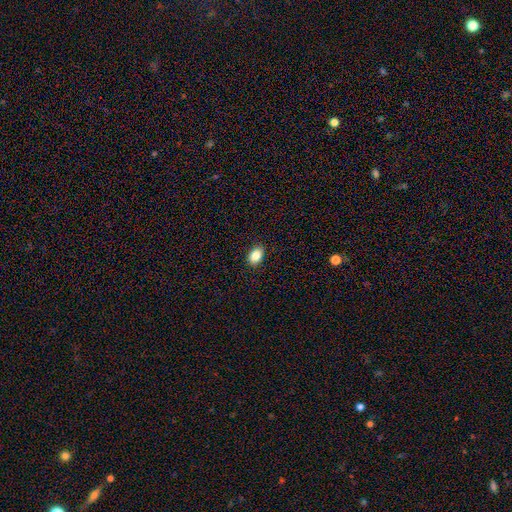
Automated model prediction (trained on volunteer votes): A smooth galaxy with no disk features (86%) that is in between round and cigar-shaped (79%). Merging: none (90%).